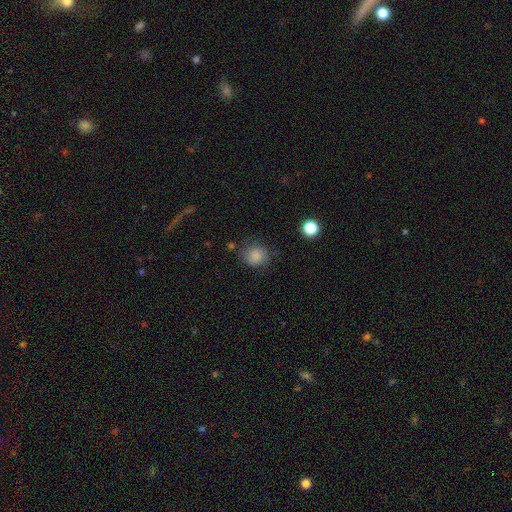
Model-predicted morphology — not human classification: A smooth galaxy with no disk features (80%) that is round (79%).

Vote fractions:
- Smooth or featured? smooth: 80% / featured or disk: 10% / star or artifact: 10%
- How rounded? round: 79% / in between: 20% / cigar-shaped: 1%
- Merging? none: 71% / minor disturbance: 20% / major disturbance: 7% / merger: 2%